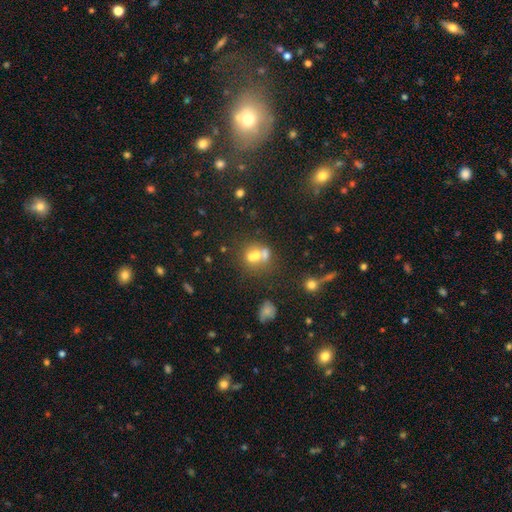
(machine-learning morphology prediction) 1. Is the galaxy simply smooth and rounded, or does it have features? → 58% smooth, 25% featured or disk, 17% star or artifact.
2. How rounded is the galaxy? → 68% round, 31% in between, 1% cigar-shaped.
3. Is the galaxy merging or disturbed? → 56% merger, 30% none, 8% minor disturbance, 5% major disturbance.